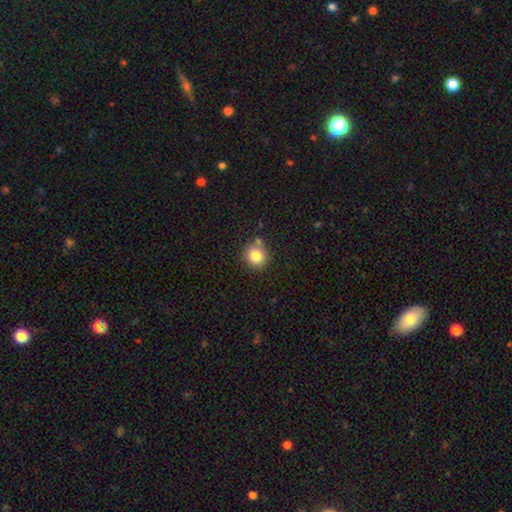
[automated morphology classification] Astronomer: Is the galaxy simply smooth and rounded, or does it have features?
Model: smooth — 82%.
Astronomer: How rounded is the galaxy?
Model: round — 90%.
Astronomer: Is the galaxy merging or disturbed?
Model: none — 74%.